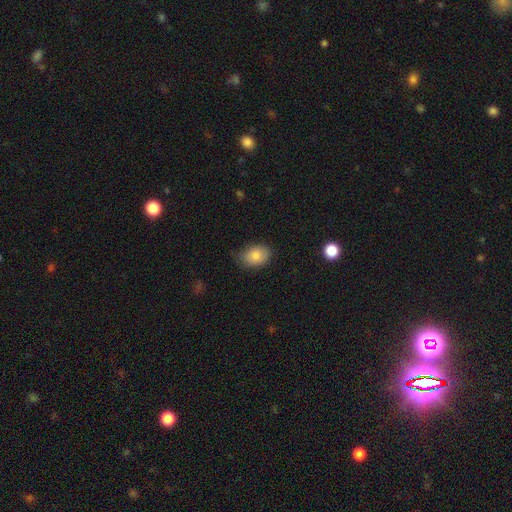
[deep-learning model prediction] The model was most divided on "merging": none: 68%, minor disturbance: 26%, major disturbance: 4%, merger: 1%. More confident: smooth or featured — smooth (83%); how rounded — in between (79%).